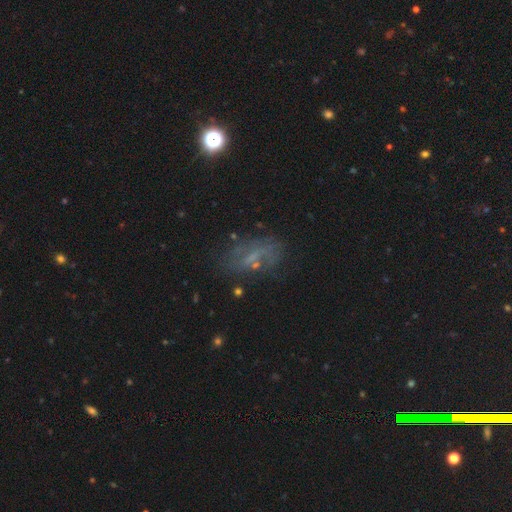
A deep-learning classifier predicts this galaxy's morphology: This appears to be a featured or disk galaxy (42%). Merging: none (62%).